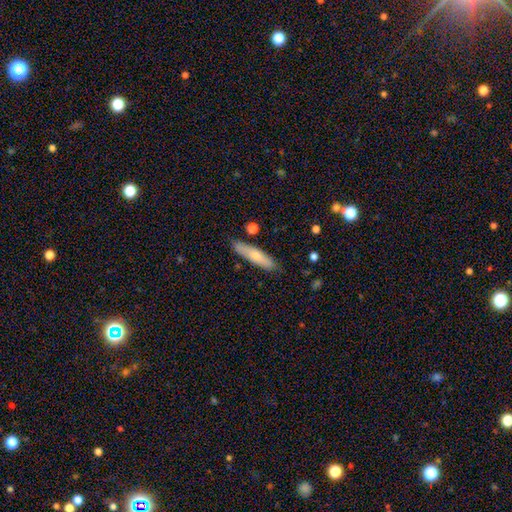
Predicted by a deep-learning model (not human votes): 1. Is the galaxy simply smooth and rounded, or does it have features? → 67% smooth, 27% featured or disk, 6% star or artifact.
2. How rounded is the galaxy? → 76% cigar-shaped, 23% in between, 2% round.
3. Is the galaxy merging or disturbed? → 83% none, 12% minor disturbance, 3% merger, 2% major disturbance.